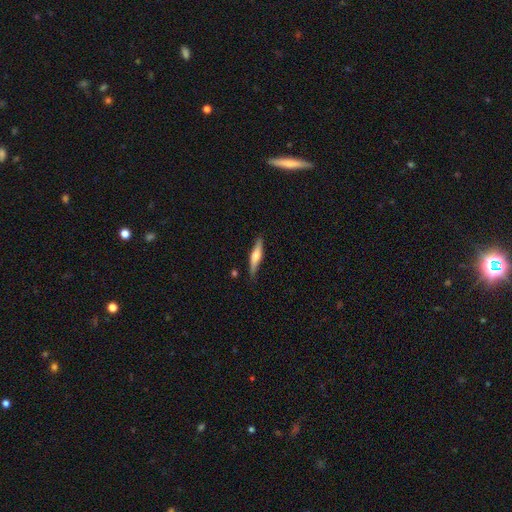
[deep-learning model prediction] Smooth or featured?
  - featured or disk: 52% *
  - smooth: 42%
  - star or artifact: 6%
Edge-on disk?
  - yes: 94% *
  - no: 6%
Merging?
  - none: 83% *
  - minor disturbance: 13%
  - major disturbance: 2%
  - merger: 2%